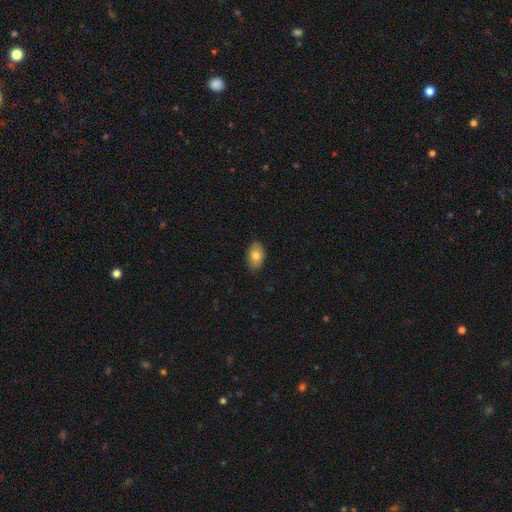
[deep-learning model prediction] Overall: smooth (80%). How rounded: in between (89%). Merging: none (85%).